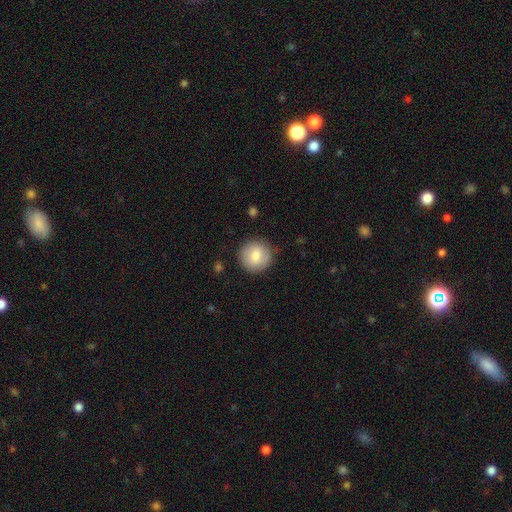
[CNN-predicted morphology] smooth-or-featured: smooth: 80% | featured or disk: 13% | star or artifact: 7%
  how-rounded: round: 94% | in between: 5% | cigar-shaped: 1%
  merging: none: 88% | minor disturbance: 9% | major disturbance: 2% | merger: 1%